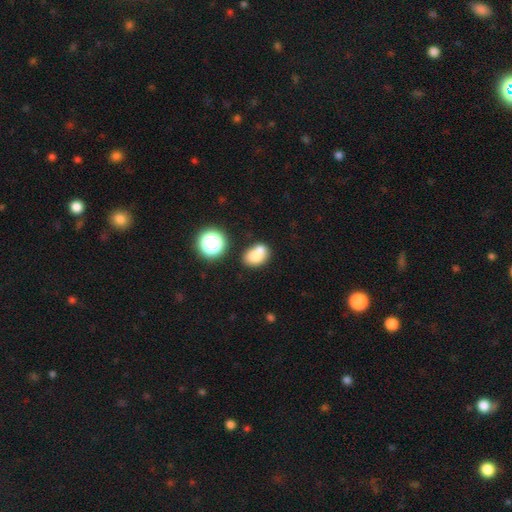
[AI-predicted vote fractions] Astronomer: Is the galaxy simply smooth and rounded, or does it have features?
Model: smooth — 72%.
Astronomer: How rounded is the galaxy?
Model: in between — 61% (runner-up: round, 38%).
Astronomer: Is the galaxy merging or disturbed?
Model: merger — 43% (runner-up: none, 42%).